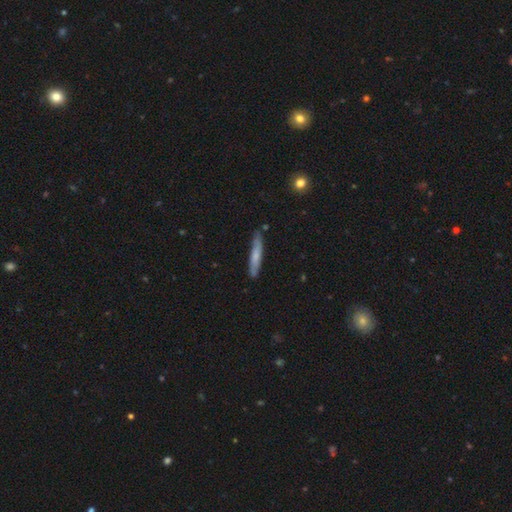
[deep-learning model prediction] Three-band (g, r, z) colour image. It shows a smooth galaxy with no disk features (64%) that is cigar-shaped (92%). Merging: none (80%).